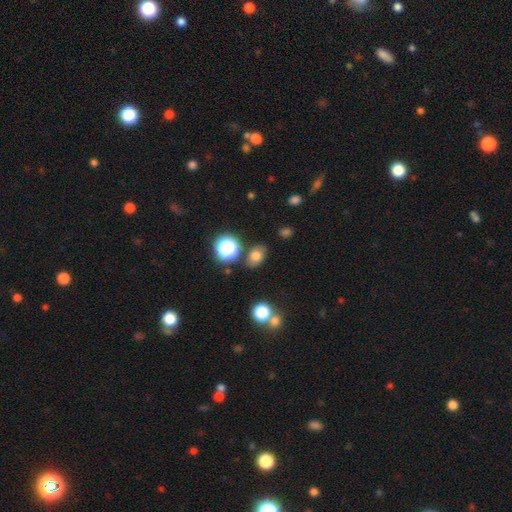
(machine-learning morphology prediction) Q: Smooth or featured?
A: smooth (73%); runner-up: star or artifact (16%)
Q: How rounded?
A: in between (73%); runner-up: round (25%)
Q: Merging?
A: none (80%); runner-up: minor disturbance (12%)